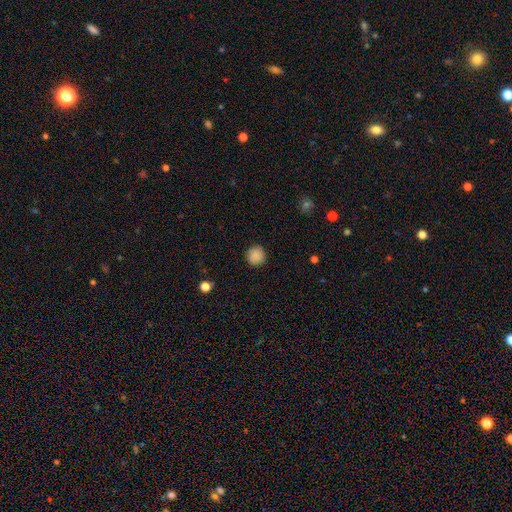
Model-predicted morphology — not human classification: smooth-or-featured: smooth: 88% | star or artifact: 9% | featured or disk: 3%
  how-rounded: round: 94% | in between: 5% | cigar-shaped: 1%
  merging: none: 90% | minor disturbance: 7% | major disturbance: 2% | merger: 1%